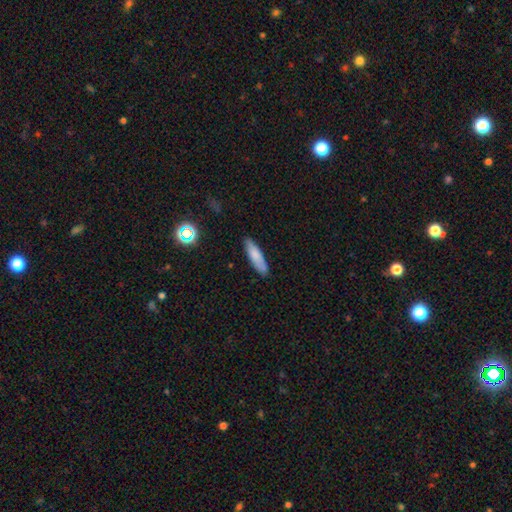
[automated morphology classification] A smooth galaxy with no disk features (79%) that is cigar-shaped (64%).

Vote fractions:
- Smooth or featured? smooth: 79% / featured or disk: 14% / star or artifact: 7%
- How rounded? cigar-shaped: 64% / in between: 35% / round: 2%
- Merging? none: 85% / minor disturbance: 12% / major disturbance: 2% / merger: 1%